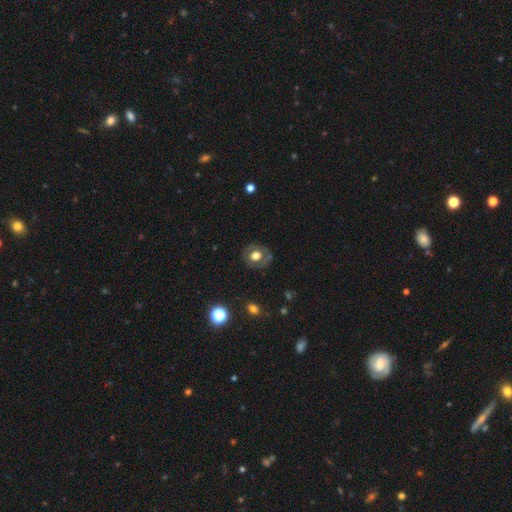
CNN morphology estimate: smooth 53%, featured or disk 37%, star or artifact 10%. Down the decision tree: how rounded — round (73%); merging — none (81%).